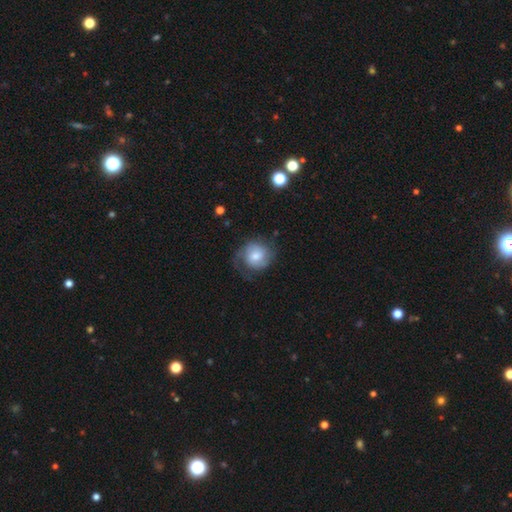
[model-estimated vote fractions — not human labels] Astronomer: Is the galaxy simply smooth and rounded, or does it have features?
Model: featured or disk — 51% (runner-up: smooth, 42%).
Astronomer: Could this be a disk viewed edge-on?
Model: no — 97%.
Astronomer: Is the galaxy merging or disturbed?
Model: none — 59%.